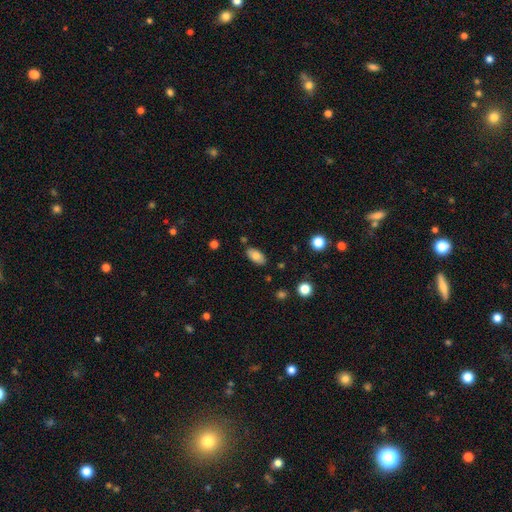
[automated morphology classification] type=smooth (78%); roundness=in between (93%); merging=none (82%).